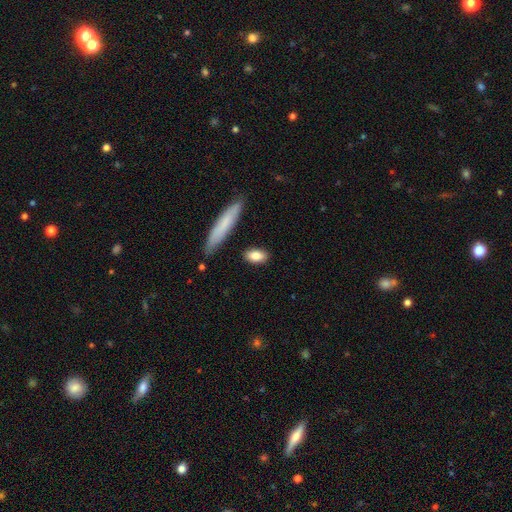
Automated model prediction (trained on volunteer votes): This appears to be a smooth galaxy with no disk features (81%) that is in between round and cigar-shaped (82%). Merging: none (84%).